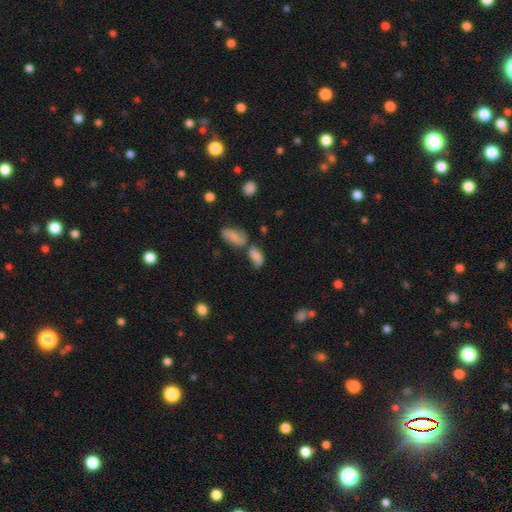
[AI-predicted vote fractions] smooth 67%, featured or disk 20%, star or artifact 13%. Down the decision tree: how rounded — in between (86%); merging — merger (41%).